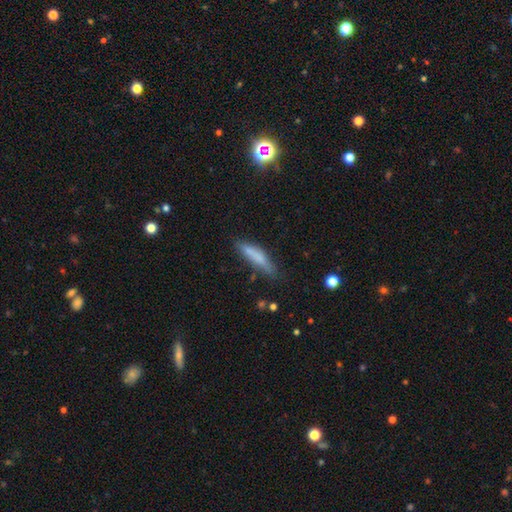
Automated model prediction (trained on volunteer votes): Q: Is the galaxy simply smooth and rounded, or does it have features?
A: smooth — 72%.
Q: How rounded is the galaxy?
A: cigar-shaped — 82%.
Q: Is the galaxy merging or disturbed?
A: none — 70%.